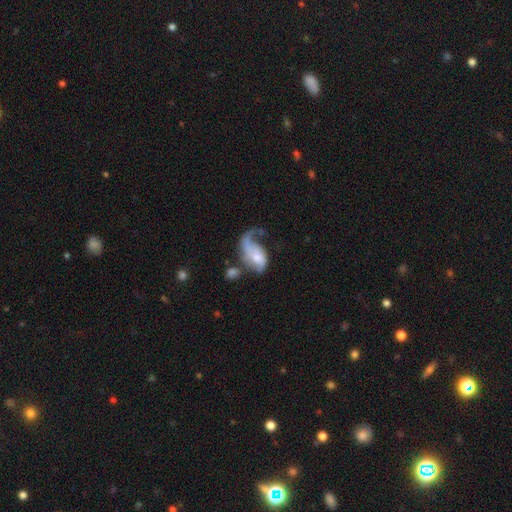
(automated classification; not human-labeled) Q: Smooth or featured?
A: featured or disk (62%); runner-up: smooth (31%)
Q: Edge-on disk?
A: no (96%); runner-up: yes (4%)
Q: Bar?
A: no (67%); runner-up: weak (27%)
Q: Spiral arms?
A: yes (75%); runner-up: no (25%)
Q: Bulge size?
A: small (41%); runner-up: moderate (39%)
Q: Merging?
A: major disturbance (51%); runner-up: none (19%)